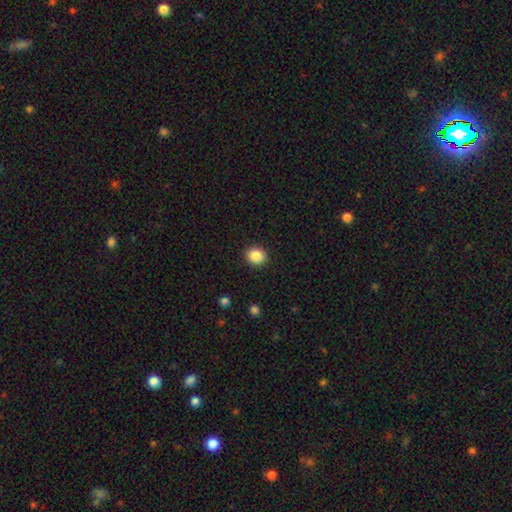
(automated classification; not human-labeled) A smooth galaxy with no disk features (86%) that is round (71%).

Vote fractions:
- Smooth or featured? smooth: 86% / star or artifact: 9% / featured or disk: 4%
- How rounded? round: 71% / in between: 29% / cigar-shaped: 1%
- Merging? none: 91% / minor disturbance: 6% / major disturbance: 2% / merger: 1%